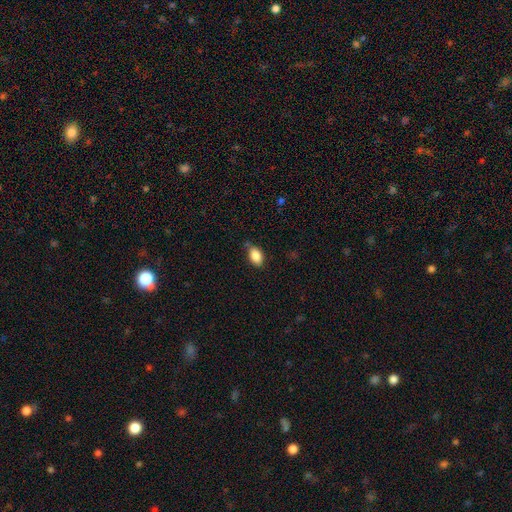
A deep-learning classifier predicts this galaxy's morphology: A smooth galaxy with no disk features (88%) that is in between round and cigar-shaped (90%).

Vote fractions:
- Smooth or featured? smooth: 88% / star or artifact: 8% / featured or disk: 5%
- How rounded? in between: 90% / round: 9% / cigar-shaped: 2%
- Merging? none: 72% / minor disturbance: 20% / major disturbance: 4% / merger: 4%